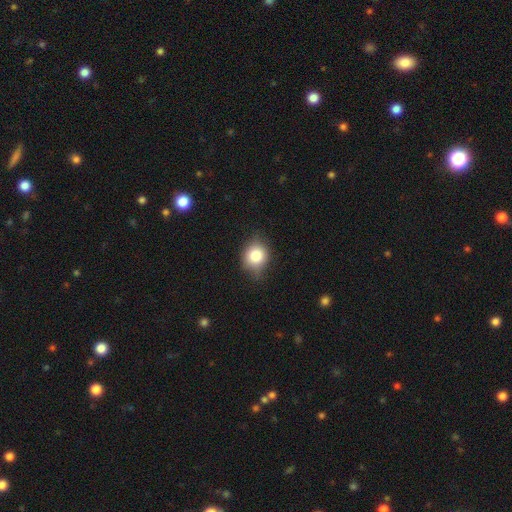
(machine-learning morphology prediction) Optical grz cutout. It shows a smooth galaxy with no disk features (79%) that is round (70%). Merging: none (68%).